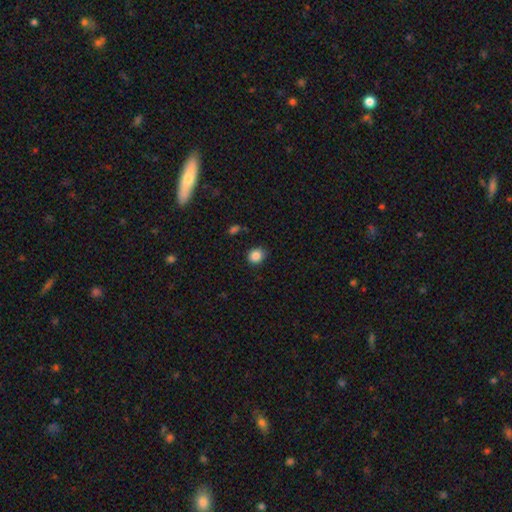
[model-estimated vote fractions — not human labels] Q: Smooth or featured?
A: smooth (86%); runner-up: star or artifact (10%)
Q: How rounded?
A: round (79%); runner-up: in between (20%)
Q: Merging?
A: none (86%); runner-up: minor disturbance (10%)